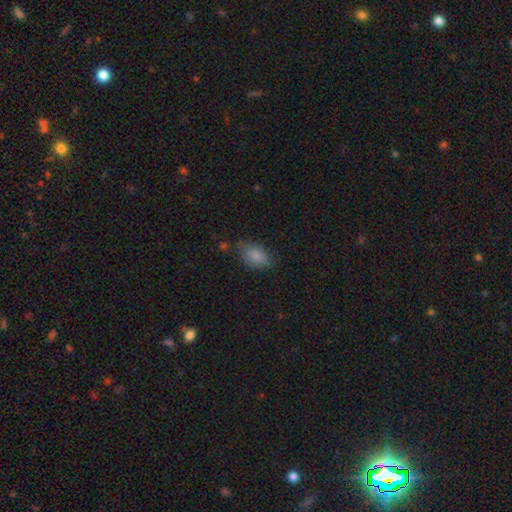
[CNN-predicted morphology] Smooth or featured: smooth — 84% (star or artifact — 9%)
How rounded: in between — 89% (round — 9%)
Merging: none — 67% (minor disturbance — 24%)